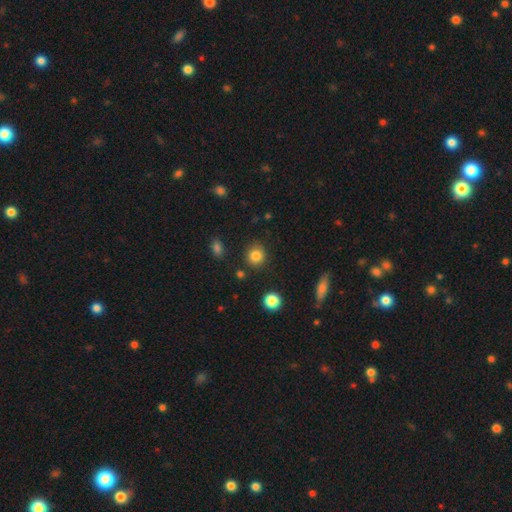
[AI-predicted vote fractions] Morphology: type=smooth (84%); roundness=round (88%); merging=none (87%).